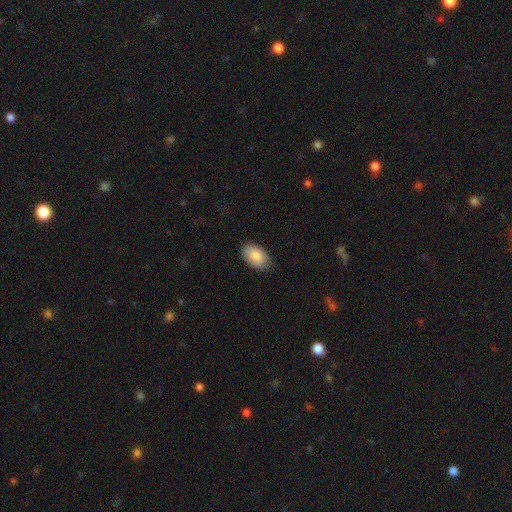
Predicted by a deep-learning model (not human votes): Q: Smooth or featured?
A: smooth (87%); runner-up: featured or disk (7%)
Q: How rounded?
A: in between (95%); runner-up: round (4%)
Q: Merging?
A: none (82%); runner-up: minor disturbance (14%)